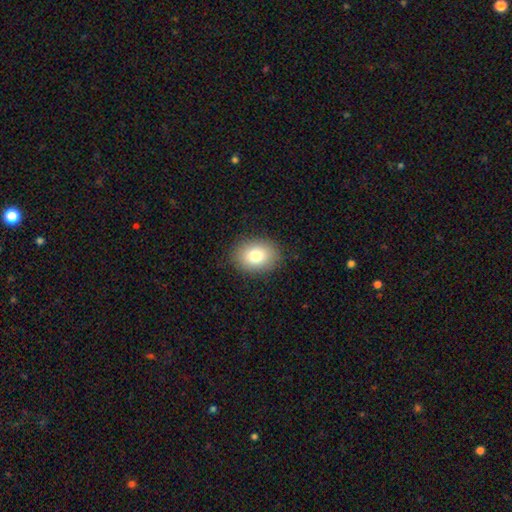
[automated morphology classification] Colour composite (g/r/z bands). It shows a smooth galaxy with no disk features (80%) that is in between round and cigar-shaped (64%). Merging: none (88%).